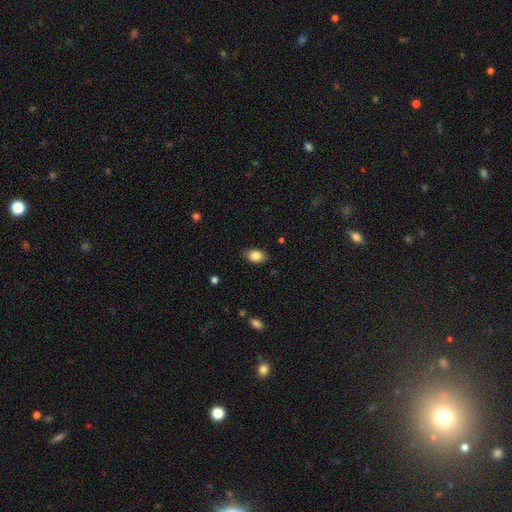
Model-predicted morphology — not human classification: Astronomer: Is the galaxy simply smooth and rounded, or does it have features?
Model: smooth — 85%.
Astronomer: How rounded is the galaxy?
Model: in between — 86%.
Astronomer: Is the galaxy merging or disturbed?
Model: none — 86%.